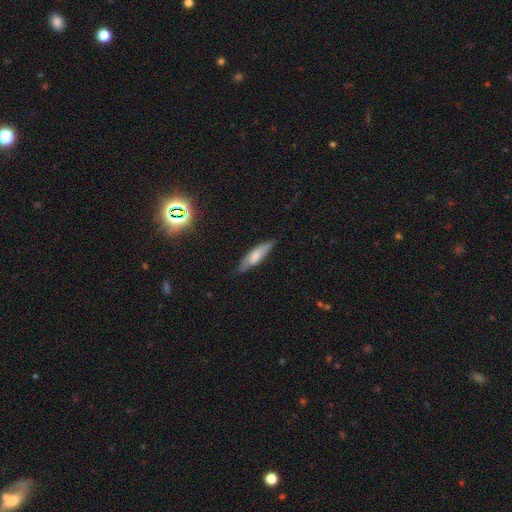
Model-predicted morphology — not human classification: Smooth or featured? smooth (68%)
How rounded? cigar-shaped (66%)
Merging? none (79%)